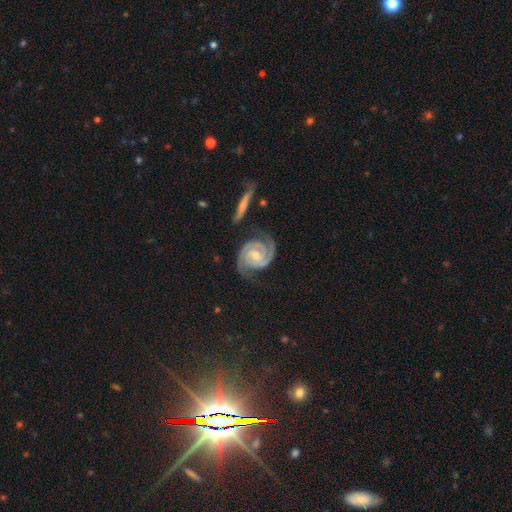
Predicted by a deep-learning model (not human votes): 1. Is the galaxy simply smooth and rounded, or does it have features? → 92% featured or disk, 4% smooth, 4% star or artifact.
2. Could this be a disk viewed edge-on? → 98% no, 2% yes.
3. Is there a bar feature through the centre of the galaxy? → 45% no, 42% weak, 13% strong.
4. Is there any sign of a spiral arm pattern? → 99% yes, 1% no.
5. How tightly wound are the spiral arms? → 66% tight, 30% medium, 4% loose.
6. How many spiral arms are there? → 88% 2, 5% 3, 3% can't tell, 1% 1, 1% 4, 1% more than 4.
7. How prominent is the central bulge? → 49% small, 42% moderate, 6% none, 2% large, 1% dominant.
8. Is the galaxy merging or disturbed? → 74% none, 17% minor disturbance, 6% major disturbance, 4% merger.